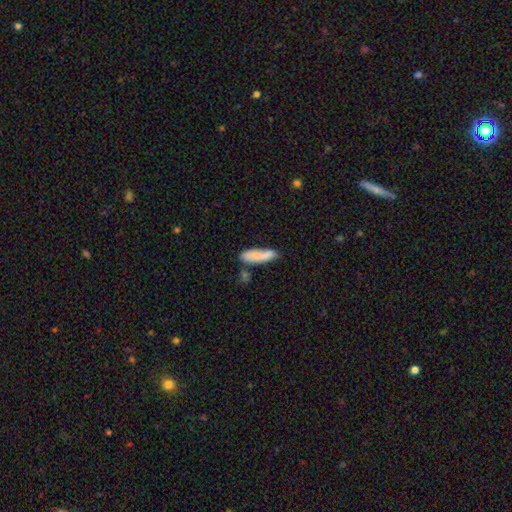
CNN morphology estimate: type=smooth (77%); roundness=cigar-shaped (55%); merging=none (55%).